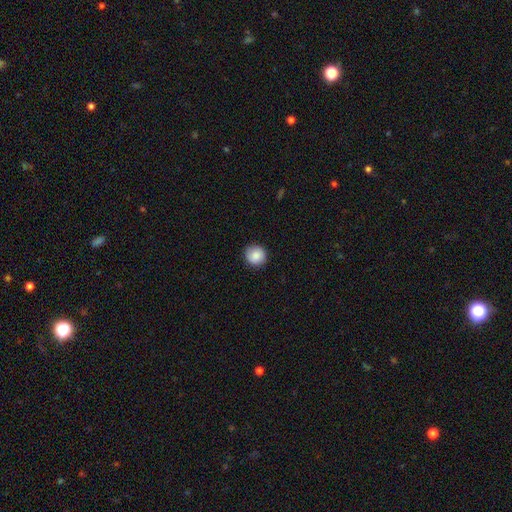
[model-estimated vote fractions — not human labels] Q: Smooth or featured?
A: smooth (87%); runner-up: star or artifact (8%)
Q: How rounded?
A: round (94%); runner-up: in between (5%)
Q: Merging?
A: none (90%); runner-up: minor disturbance (7%)